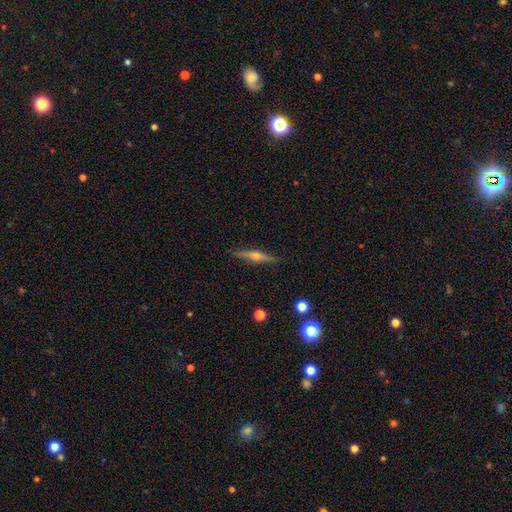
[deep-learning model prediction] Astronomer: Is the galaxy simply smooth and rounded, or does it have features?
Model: featured or disk — 77%.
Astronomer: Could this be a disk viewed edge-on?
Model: yes — 98%.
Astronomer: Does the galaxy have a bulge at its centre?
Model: rounded — 91%.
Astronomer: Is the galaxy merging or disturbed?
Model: none — 90%.